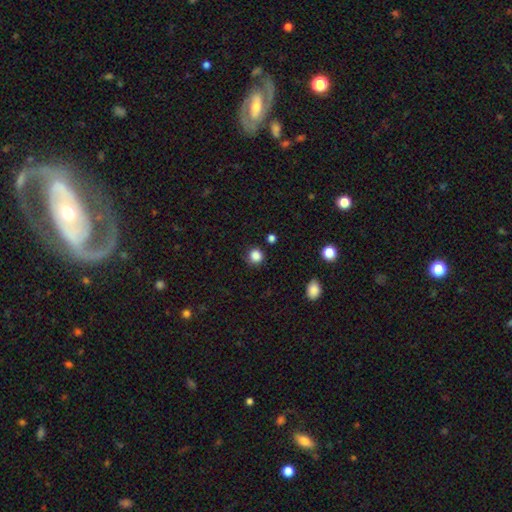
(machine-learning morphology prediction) Smooth or featured?
  - smooth: 85% *
  - star or artifact: 12%
  - featured or disk: 3%
How rounded?
  - round: 90% *
  - in between: 9%
  - cigar-shaped: 1%
Merging?
  - none: 84% *
  - minor disturbance: 11%
  - major disturbance: 3%
  - merger: 2%